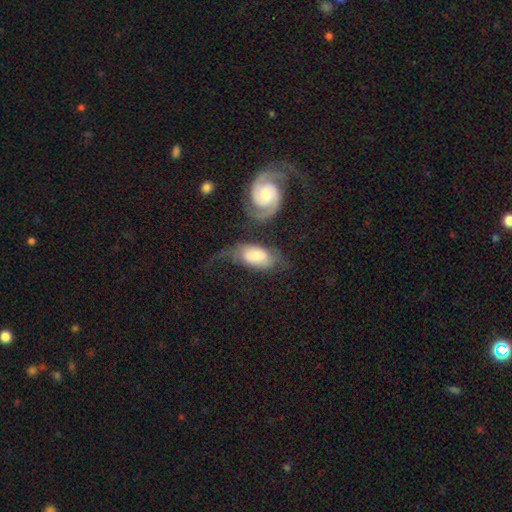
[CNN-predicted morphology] type=smooth (54%); roundness=in between (92%); merging=none (30%).